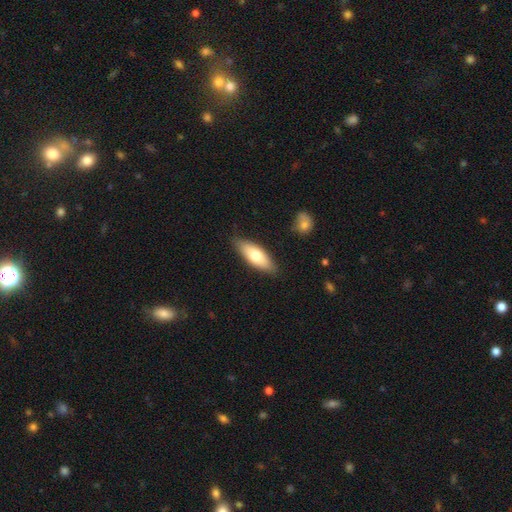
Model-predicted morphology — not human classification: Overall: smooth (69%). How rounded: in between (70%). Merging: none (85%).